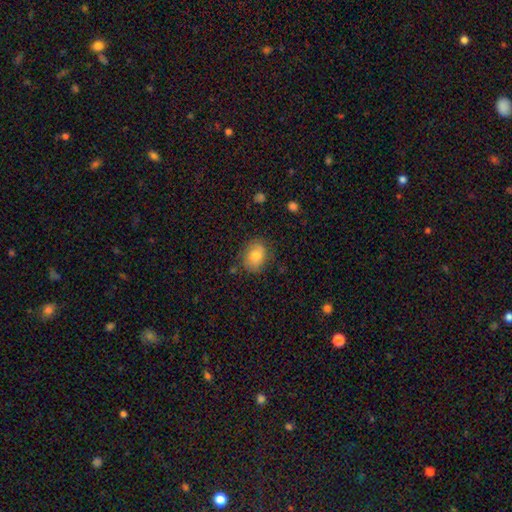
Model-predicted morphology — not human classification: This appears to be a smooth galaxy with no disk features (74%) that is in between round and cigar-shaped (58%). Merging: none (78%).